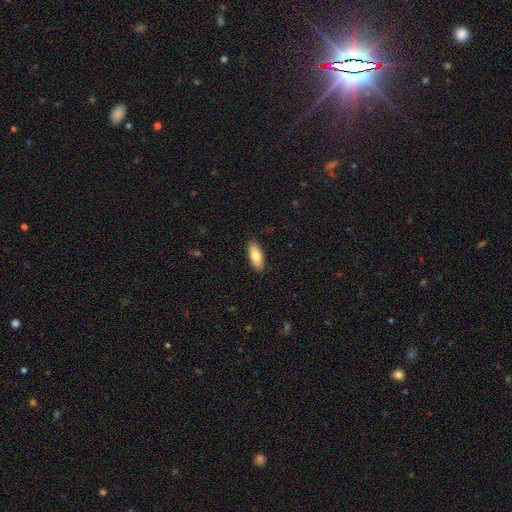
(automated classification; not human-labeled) A smooth galaxy with no disk features (81%) that is in between round and cigar-shaped (83%). Merging: none (88%).